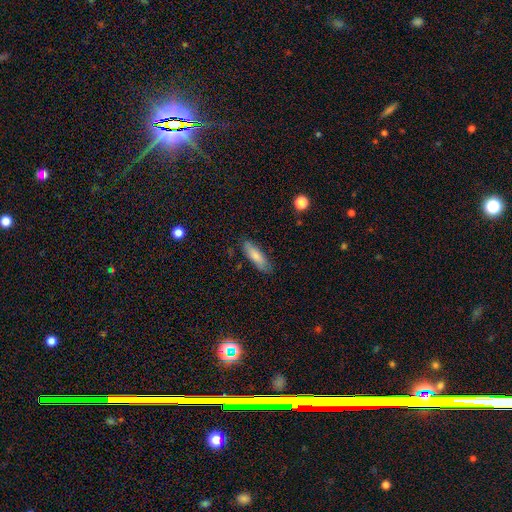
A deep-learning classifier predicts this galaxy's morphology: smooth_or_featured: smooth (p=0.80) [alt: featured or disk p=0.14]
how_rounded: cigar-shaped (p=0.52) [alt: in between p=0.46]
merging: none (p=0.81) [alt: minor disturbance p=0.15]